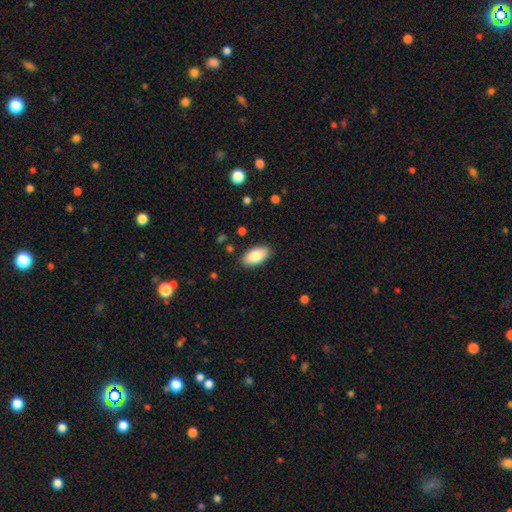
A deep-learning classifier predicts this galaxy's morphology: This is clearly a smooth galaxy (81%). How rounded: clearly in between (94%). Merging: clearly none (88%).